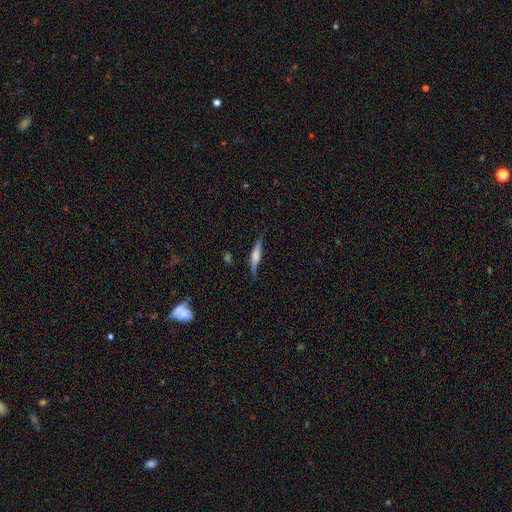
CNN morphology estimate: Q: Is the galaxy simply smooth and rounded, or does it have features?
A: featured or disk — 48%.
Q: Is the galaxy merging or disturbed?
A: none — 79%.